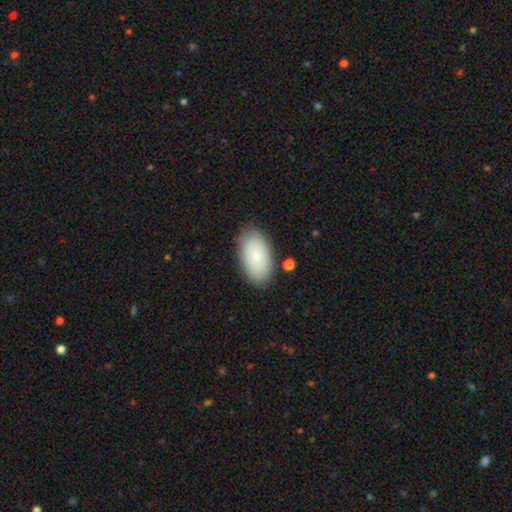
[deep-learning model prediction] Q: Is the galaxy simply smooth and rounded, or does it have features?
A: smooth — 80%.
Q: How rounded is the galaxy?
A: in between — 95%.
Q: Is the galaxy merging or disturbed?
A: none — 84%.